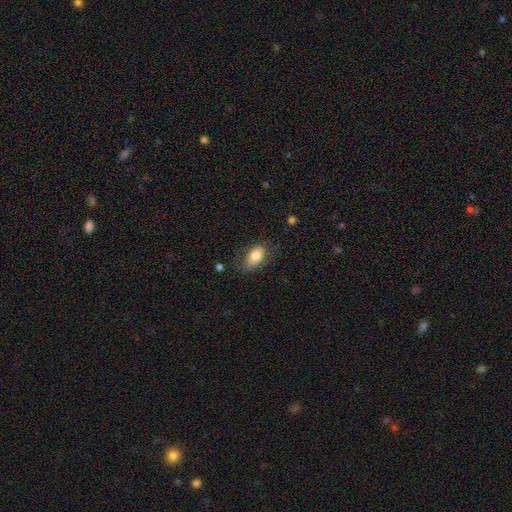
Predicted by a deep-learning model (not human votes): Smooth or featured: smooth — 78% (featured or disk — 14%)
How rounded: in between — 90% (round — 7%)
Merging: none — 66% (minor disturbance — 23%)